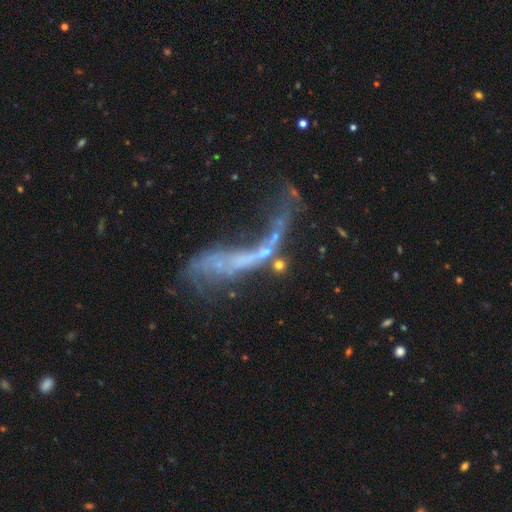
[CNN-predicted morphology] Smooth or featured: featured or disk — 63% (smooth — 19%)
Edge-on disk: no — 84% (yes — 16%)
Bar: no — 78% (weak — 13%)
Spiral arms: no — 75% (yes — 25%)
Bulge size: none — 70% (small — 21%)
Merging: major disturbance — 39% (merger — 31%)